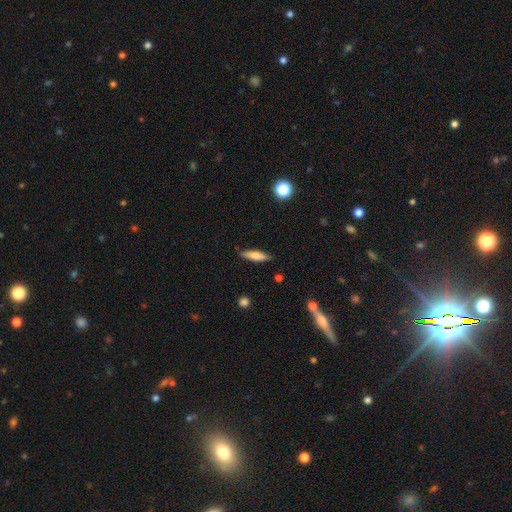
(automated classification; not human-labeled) A smooth galaxy with no disk features (73%) that is cigar-shaped (71%). Merging: none (87%).